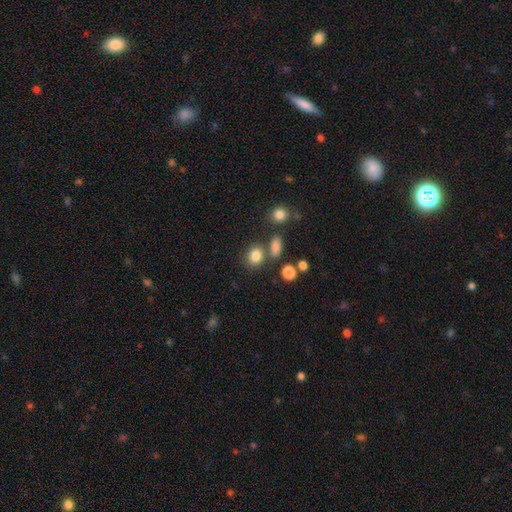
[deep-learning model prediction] smooth_or_featured: smooth (p=0.81) [alt: star or artifact p=0.12]
how_rounded: round (p=0.61) [alt: in between p=0.38]
merging: none (p=0.67) [alt: merger p=0.17]